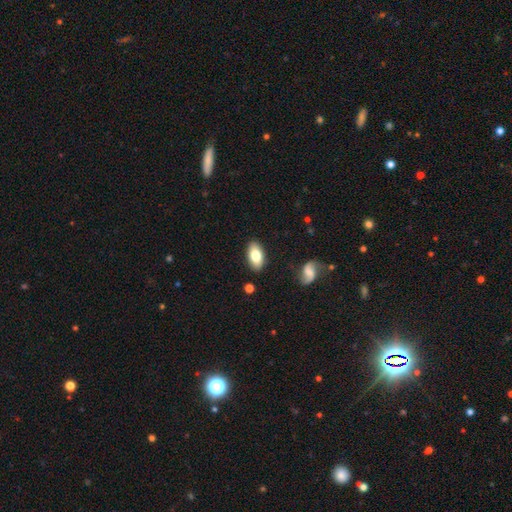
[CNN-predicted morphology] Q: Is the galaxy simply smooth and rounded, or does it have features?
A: smooth — 76%.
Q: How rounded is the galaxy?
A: in between — 93%.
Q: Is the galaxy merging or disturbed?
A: none — 86%.